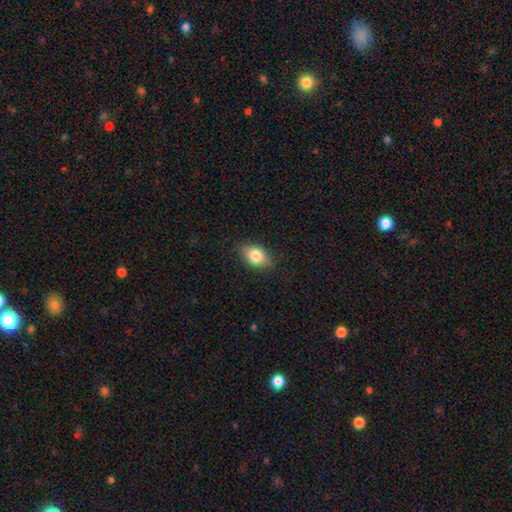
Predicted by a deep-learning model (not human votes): smooth_or_featured: smooth (p=0.82) [alt: featured or disk p=0.09]
how_rounded: in between (p=0.82) [alt: round p=0.17]
merging: none (p=0.83) [alt: minor disturbance p=0.13]